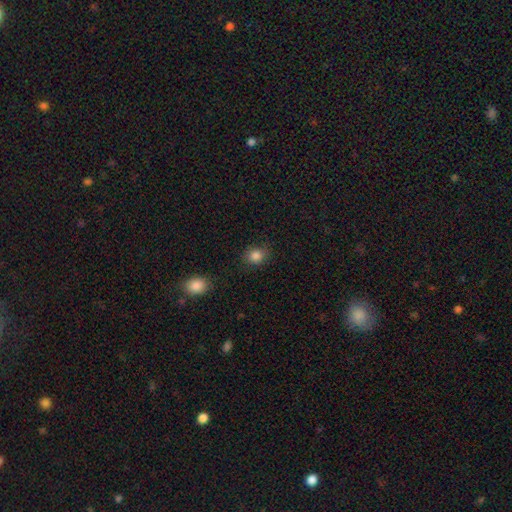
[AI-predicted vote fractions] Morphology: type=smooth (84%); roundness=round (69%); merging=none (82%).